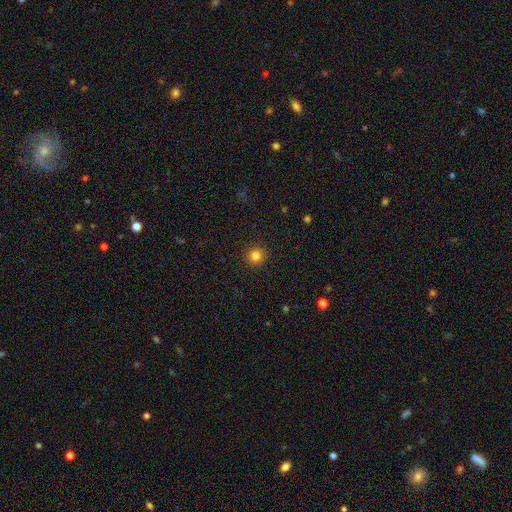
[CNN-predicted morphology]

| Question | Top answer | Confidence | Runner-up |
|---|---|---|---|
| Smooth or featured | smooth | 83% | star or artifact (12%) |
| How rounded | round | 94% | in between (5%) |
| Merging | none | 92% | minor disturbance (5%) |